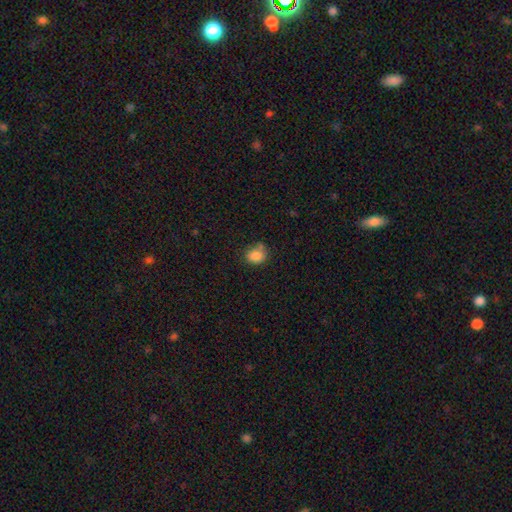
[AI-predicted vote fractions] The model was most divided on "how rounded": round: 56%, in between: 43%, cigar-shaped: 1%. More confident: smooth or featured — smooth (84%); merging — none (59%).